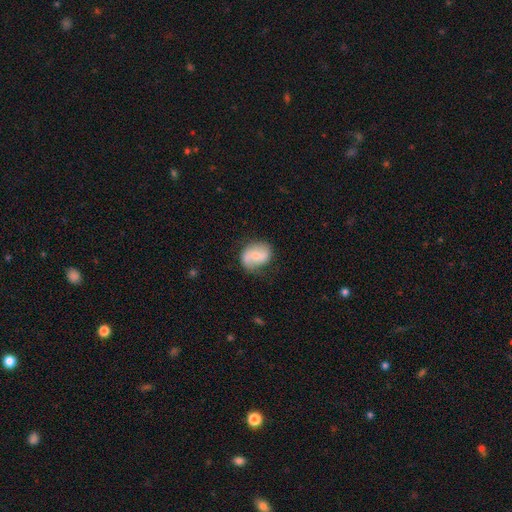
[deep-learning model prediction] The model was most divided on "smooth or featured": smooth: 48%, featured or disk: 44%, star or artifact: 7%. More confident: merging — none (62%).